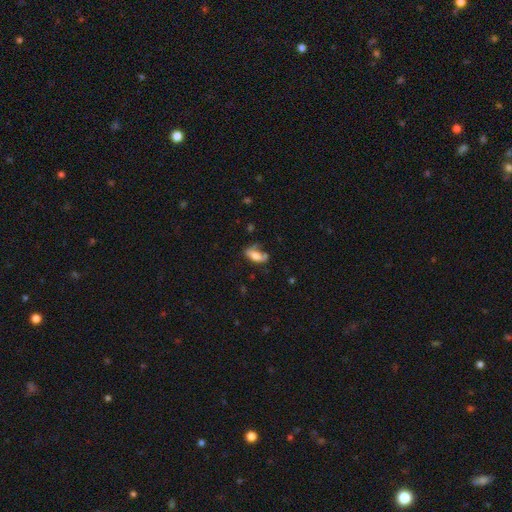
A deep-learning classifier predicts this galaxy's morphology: smooth 67%, featured or disk 25%, star or artifact 9%. Down the decision tree: how rounded — in between (81%); merging — none (42%).